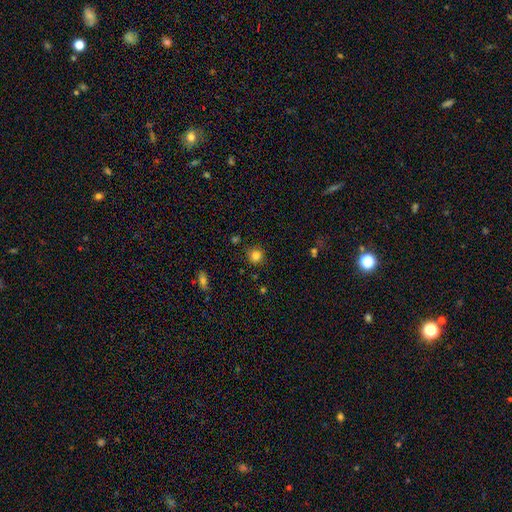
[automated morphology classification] Smooth or featured? smooth (83%)
How rounded? round (91%)
Merging? none (84%)